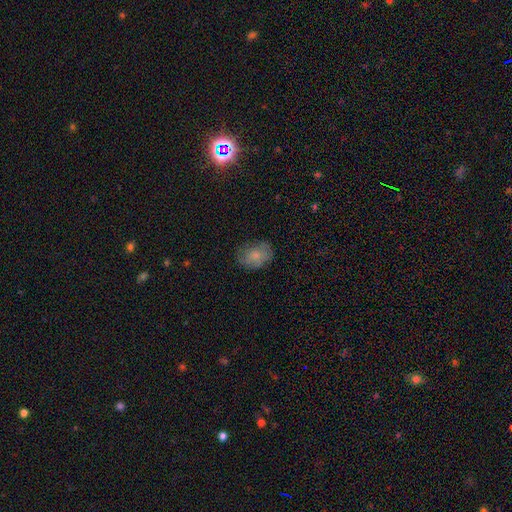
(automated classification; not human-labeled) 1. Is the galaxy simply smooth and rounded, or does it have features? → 74% smooth, 18% featured or disk, 8% star or artifact.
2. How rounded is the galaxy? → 71% in between, 27% round, 1% cigar-shaped.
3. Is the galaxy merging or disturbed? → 71% none, 21% minor disturbance, 7% major disturbance, 1% merger.